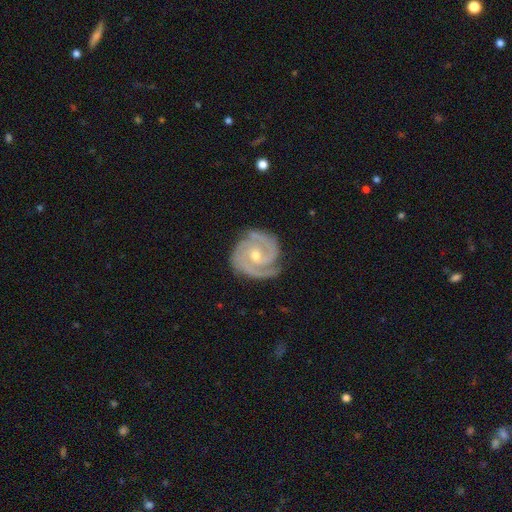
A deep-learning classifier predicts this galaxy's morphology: A featured or disk galaxy (92%) with no bar (61%), 2 (66%) tight (69%) spiral arms (98%) and a moderate central bulge (53%). Merging: none (79%).